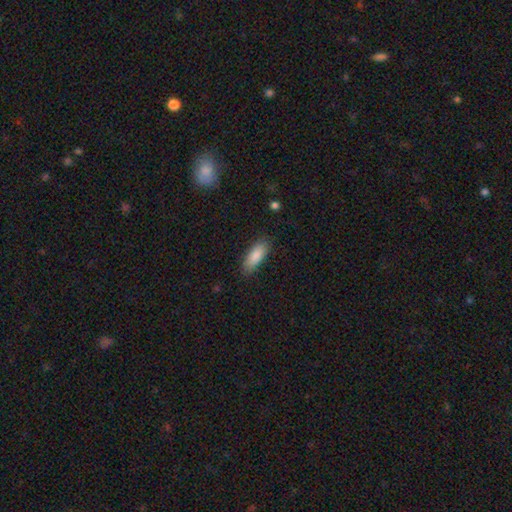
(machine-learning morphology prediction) This is clearly a smooth galaxy (87%). How rounded: likely in between (70%). Merging: clearly none (85%).